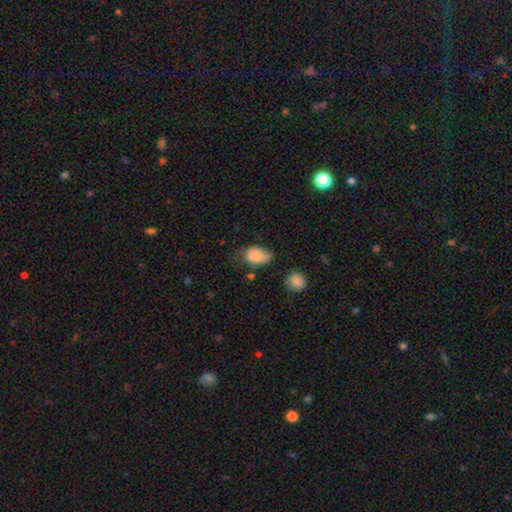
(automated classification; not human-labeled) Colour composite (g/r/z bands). It shows a smooth galaxy with no disk features (81%) that is in between round and cigar-shaped (80%). Merging: minor disturbance (40%).